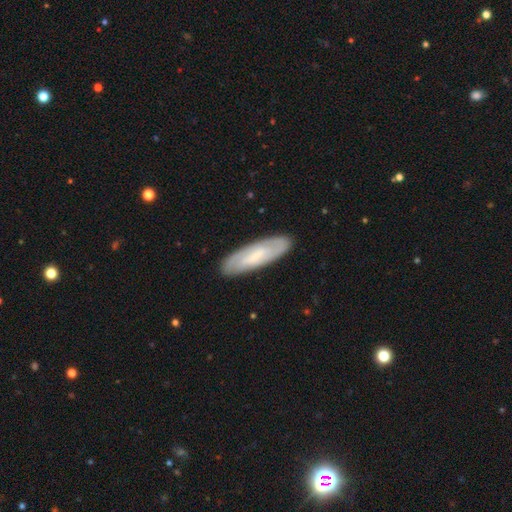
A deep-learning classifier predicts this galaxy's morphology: Smooth or featured? featured or disk (50%)
Merging? none (87%)